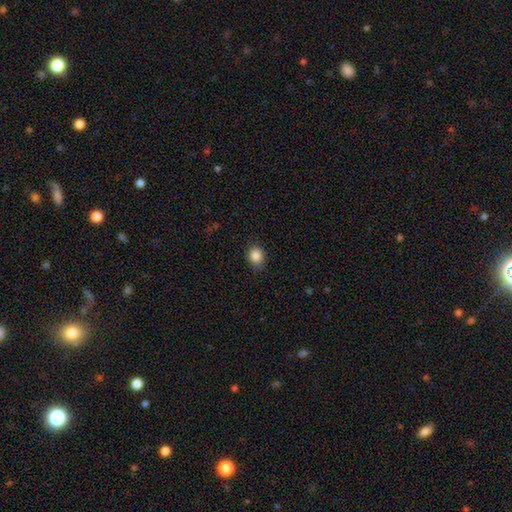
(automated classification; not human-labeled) The model was most divided on "how rounded": round: 63%, in between: 37%, cigar-shaped: 1%. More confident: smooth or featured — smooth (86%); merging — none (81%).